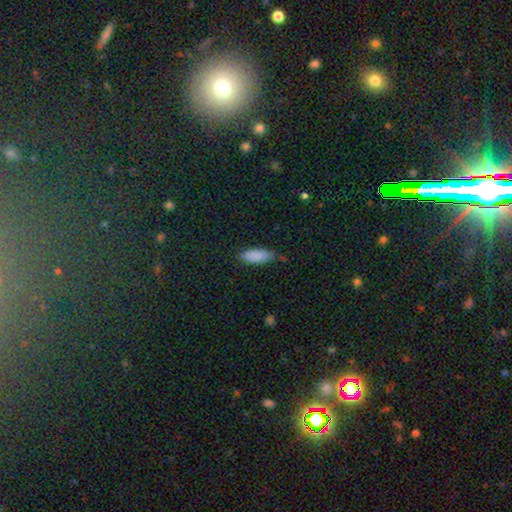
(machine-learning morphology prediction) Smooth or featured? Predicted: smooth (p=0.88). How rounded? Predicted: in between (p=0.72). Merging? Predicted: none (p=0.74).